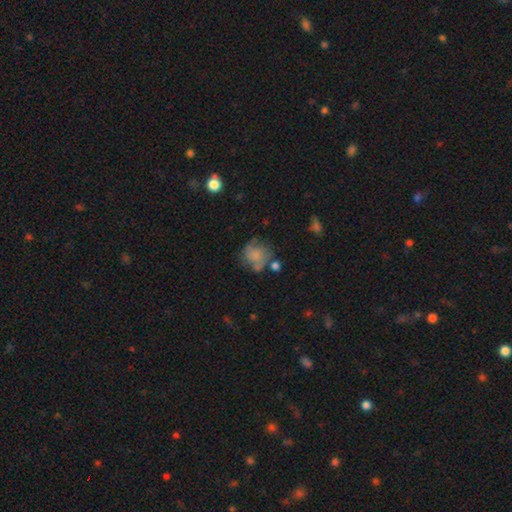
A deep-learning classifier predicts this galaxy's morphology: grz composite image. It shows a smooth galaxy with no disk features (52%) that is round (75%). Merging: none (50%).